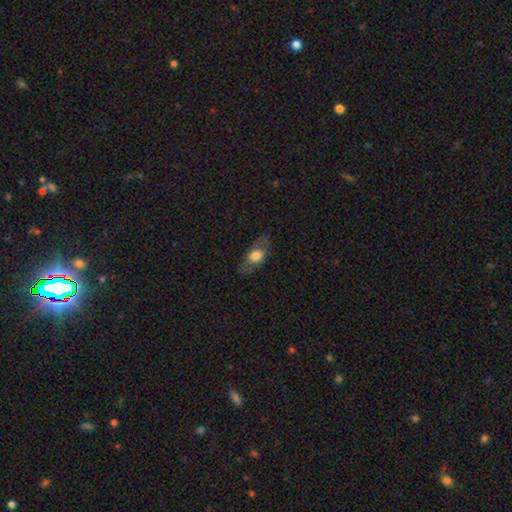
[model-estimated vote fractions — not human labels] The model was most divided on "smooth or featured": smooth: 63%, featured or disk: 29%, star or artifact: 8%. More confident: how rounded — in between (78%); merging — none (77%).